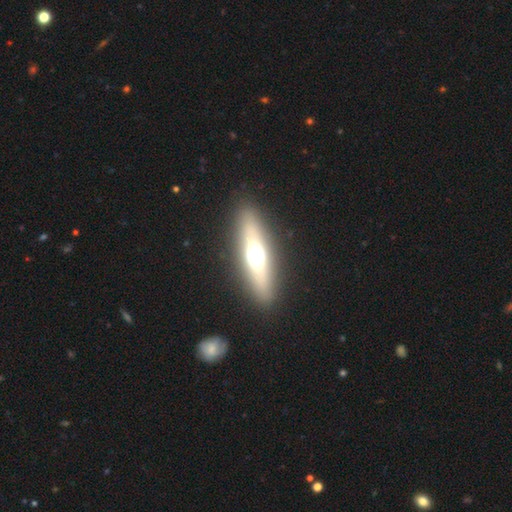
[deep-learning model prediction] smooth_or_featured: featured or disk (p=0.47) [alt: smooth p=0.43]
merging: none (p=0.89) [alt: minor disturbance p=0.07]